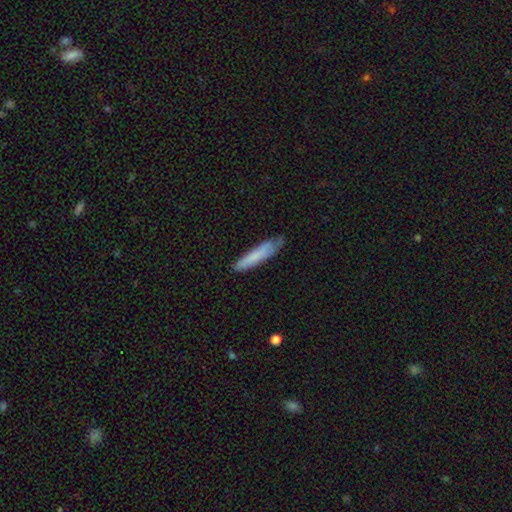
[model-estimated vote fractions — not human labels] The model was most divided on "merging": none: 67%, minor disturbance: 26%, major disturbance: 5%, merger: 2%. More confident: how rounded — cigar-shaped (87%); smooth or featured — smooth (75%).